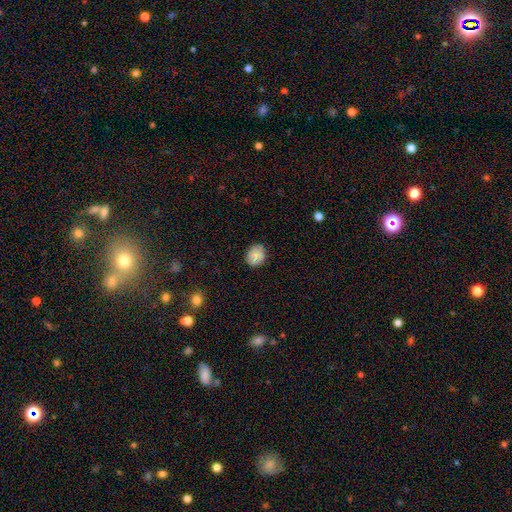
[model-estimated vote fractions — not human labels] Morphology: type=smooth (81%); roundness=round (56%); merging=none (79%).